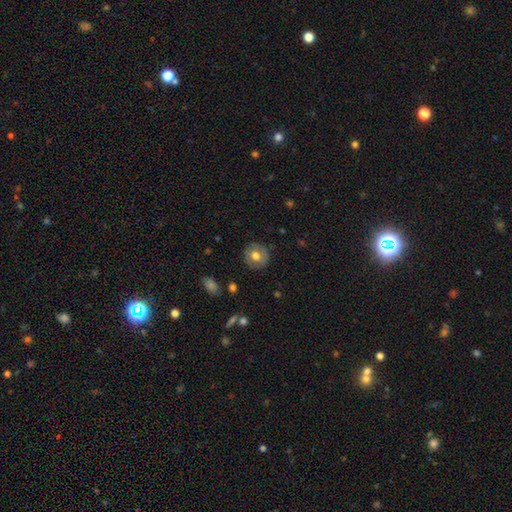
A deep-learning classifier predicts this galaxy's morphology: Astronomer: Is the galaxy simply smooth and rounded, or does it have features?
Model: smooth — 68%.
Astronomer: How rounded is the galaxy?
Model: round — 93%.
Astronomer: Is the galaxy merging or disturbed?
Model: none — 88%.